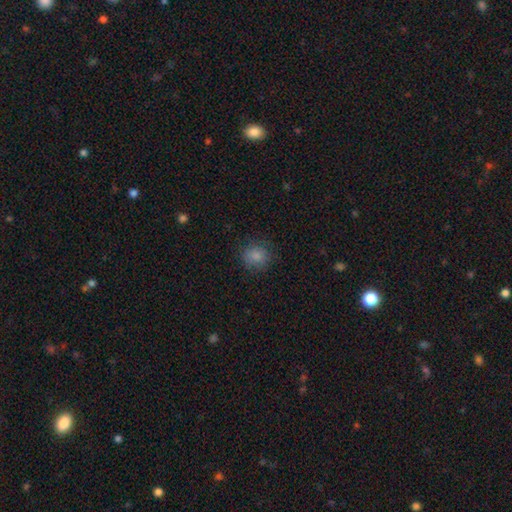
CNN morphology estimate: Overall: smooth (85%). How rounded: round (81%). Merging: none (83%).